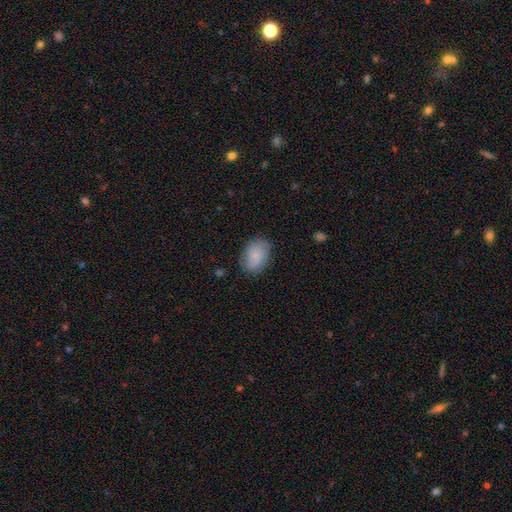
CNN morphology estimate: Smooth or featured?
  - smooth: 80% *
  - featured or disk: 13%
  - star or artifact: 7%
How rounded?
  - in between: 77% *
  - round: 22%
  - cigar-shaped: 1%
Merging?
  - none: 75% *
  - minor disturbance: 19%
  - major disturbance: 5%
  - merger: 1%